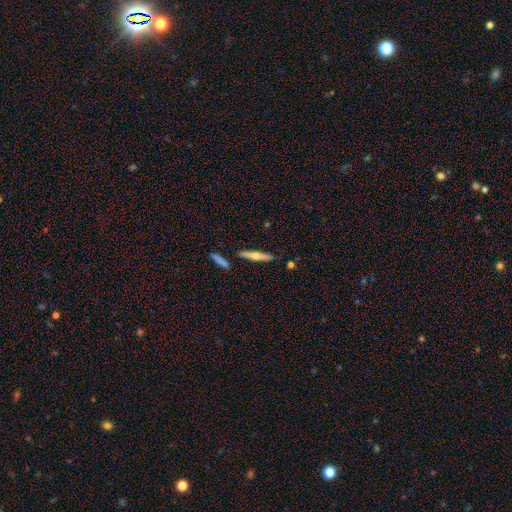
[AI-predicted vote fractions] Morphology: type=featured or disk (52%); edge-on=yes (94%); merging=none (87%).